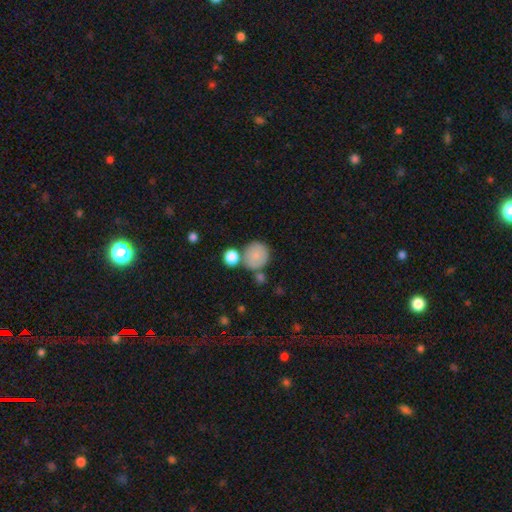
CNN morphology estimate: This is clearly a smooth galaxy (80%). How rounded: clearly round (86%). Merging: likely none (62%).